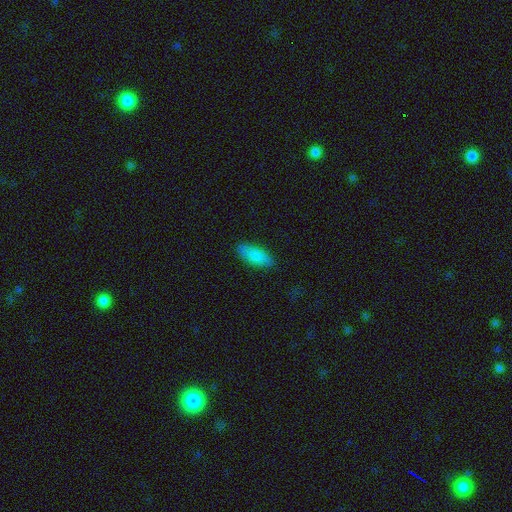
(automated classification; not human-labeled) Q: Smooth or featured?
A: smooth (85%); runner-up: featured or disk (9%)
Q: How rounded?
A: in between (81%); runner-up: cigar-shaped (17%)
Q: Merging?
A: none (85%); runner-up: minor disturbance (11%)